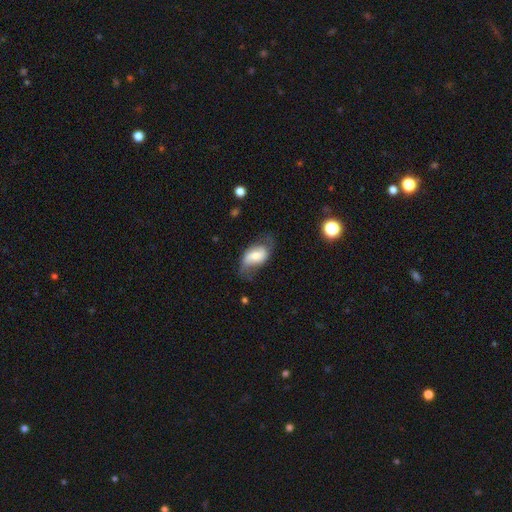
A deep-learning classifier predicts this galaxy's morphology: Smooth or featured? Predicted: featured or disk (p=0.52). Edge-on disk? Predicted: no (p=0.94). Merging? Predicted: none (p=0.51).